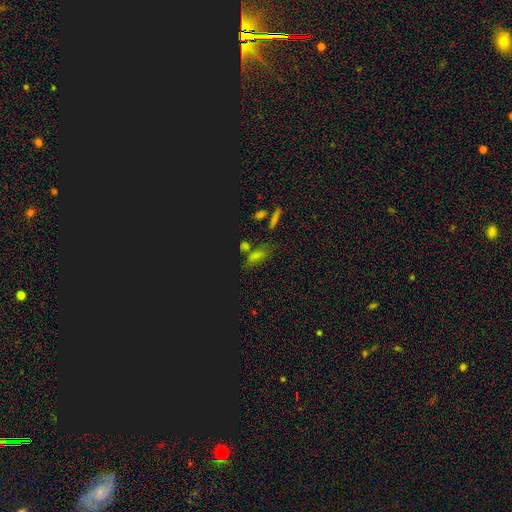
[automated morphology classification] smooth_or_featured: star or artifact (p=0.51) [alt: smooth p=0.38]